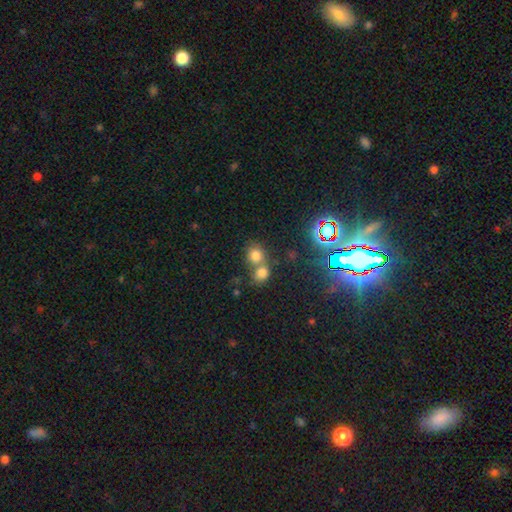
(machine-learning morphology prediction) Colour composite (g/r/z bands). It shows a smooth galaxy with no disk features (73%) that is round (79%). Merging: merger (47%).